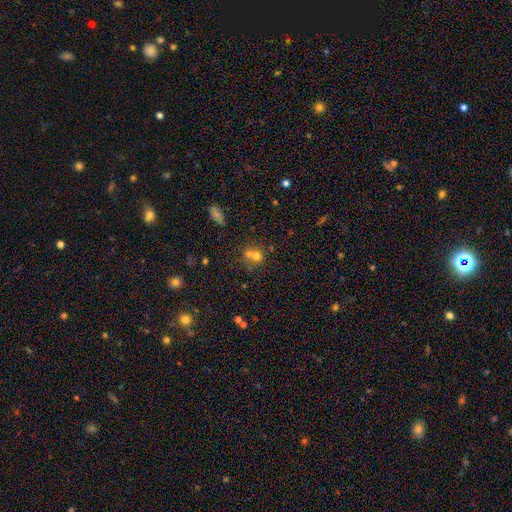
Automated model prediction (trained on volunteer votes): This is likely a smooth galaxy (66%). How rounded: clearly round (80%). Merging: possibly merger (50%).